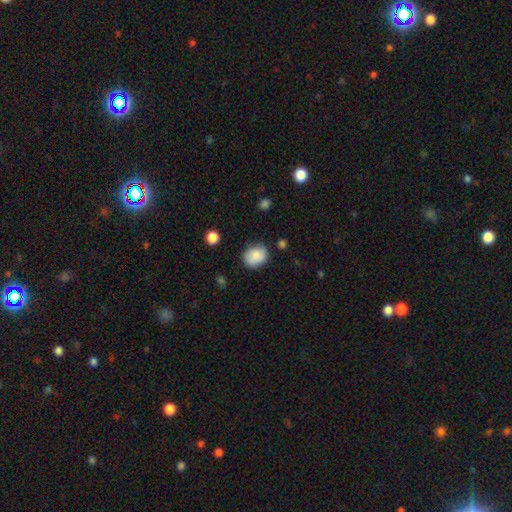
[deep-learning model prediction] Smooth or featured: smooth — 86% (star or artifact — 8%)
How rounded: in between — 52% (round — 48%)
Merging: none — 75% (minor disturbance — 18%)